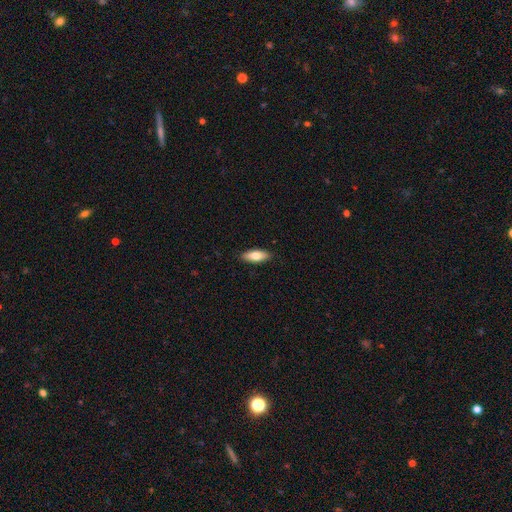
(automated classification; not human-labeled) Smooth or featured: smooth — 75% (featured or disk — 19%)
How rounded: in between — 75% (cigar-shaped — 23%)
Merging: none — 89% (minor disturbance — 9%)